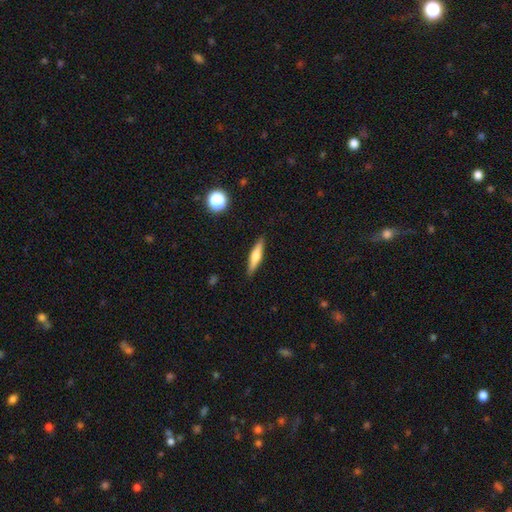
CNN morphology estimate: smooth 53%, featured or disk 40%, star or artifact 7%. Down the decision tree: how rounded — cigar-shaped (82%); merging — none (89%).